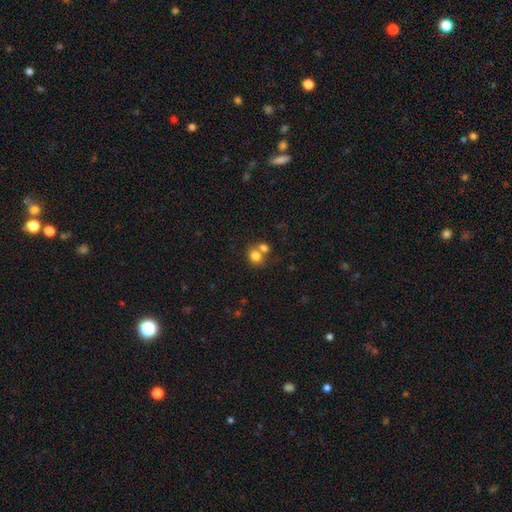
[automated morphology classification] Smooth or featured? Predicted: smooth (p=0.79). How rounded? Predicted: round (p=0.72). Merging? Predicted: merger (p=0.48).